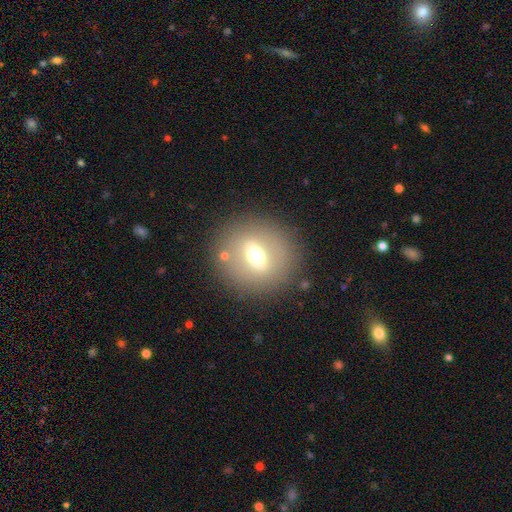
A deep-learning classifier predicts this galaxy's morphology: The model was most divided on "smooth or featured": featured or disk: 47%, smooth: 42%, star or artifact: 11%. More confident: merging — none (84%).